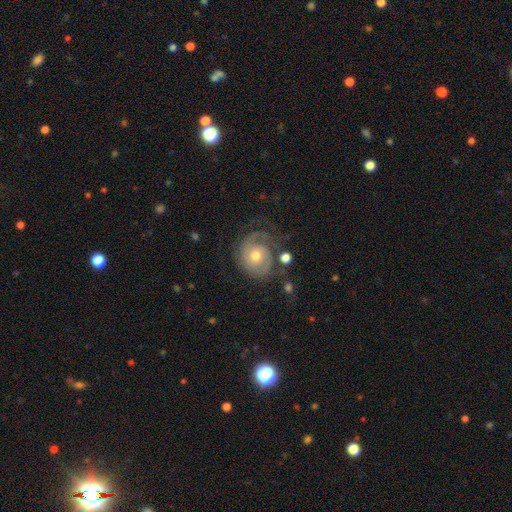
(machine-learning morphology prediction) type=featured or disk (77%); edge-on=no (98%); bar=no (76%); spiral arms=yes (91%); winding=tight (58%); arm count=2 (41%); bulge=moderate (65%); merging=none (55%).